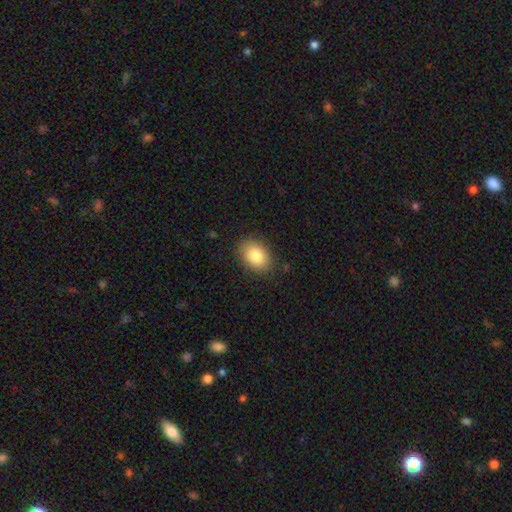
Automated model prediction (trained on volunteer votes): Morphology: type=smooth (84%); roundness=in between (77%); merging=none (86%).